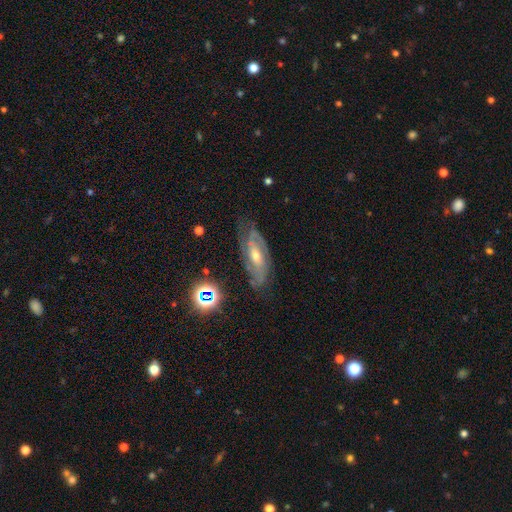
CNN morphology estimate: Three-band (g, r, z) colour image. It shows a featured or disk galaxy (78%) with no bar (47%), 2 (47%) tight (50%) spiral arms (92%) and a moderate central bulge (55%). Merging: none (71%).